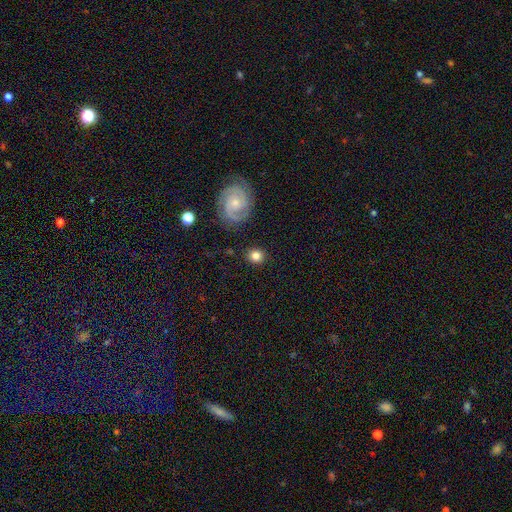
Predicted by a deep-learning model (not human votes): smooth 73%, featured or disk 18%, star or artifact 9%. Down the decision tree: how rounded — round (83%); merging — none (87%).